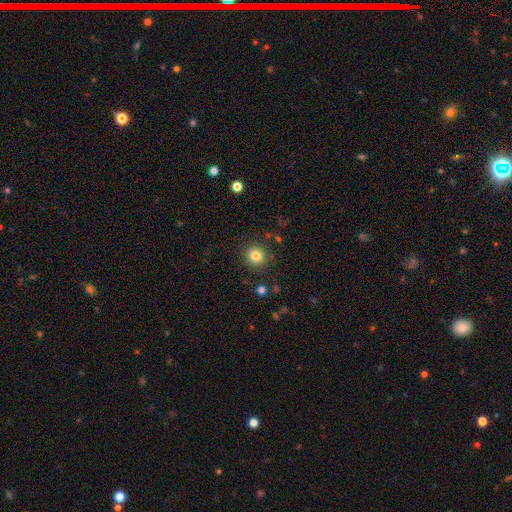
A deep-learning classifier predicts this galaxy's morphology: This appears to be a smooth galaxy with no disk features (82%) that is round (91%). Merging: none (89%).